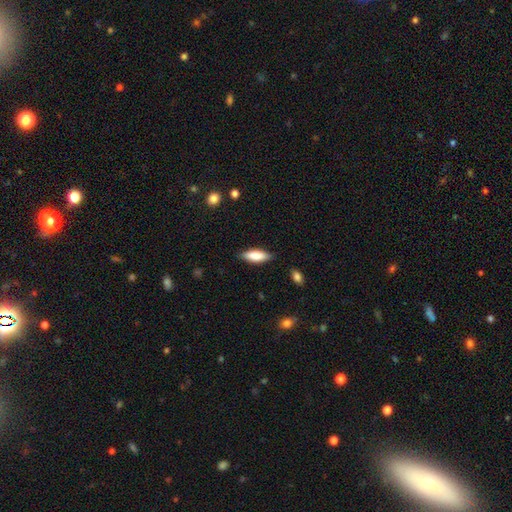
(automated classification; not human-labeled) smooth_or_featured: smooth (p=0.76) [alt: featured or disk p=0.18]
how_rounded: in between (p=0.59) [alt: cigar-shaped p=0.39]
merging: none (p=0.85) [alt: minor disturbance p=0.11]